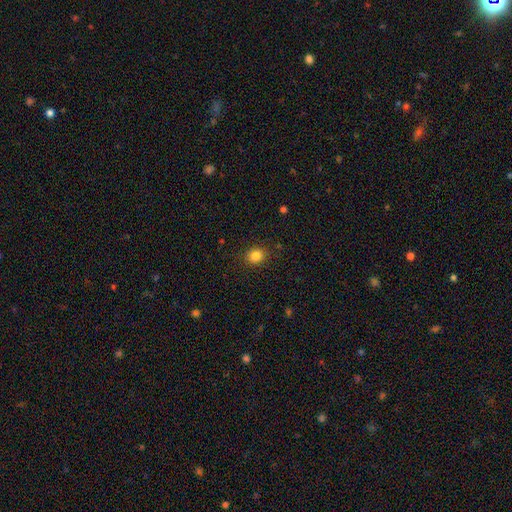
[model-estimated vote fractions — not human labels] Smooth or featured: smooth — 83% (star or artifact — 12%)
How rounded: round — 77% (in between — 23%)
Merging: none — 88% (minor disturbance — 8%)